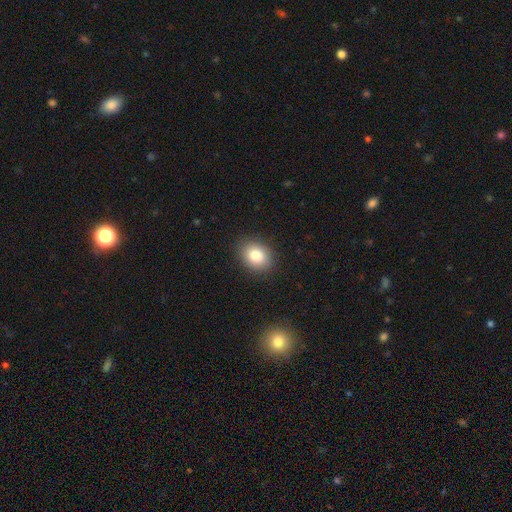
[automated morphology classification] Smooth or featured: smooth — 83% (star or artifact — 9%)
How rounded: in between — 56% (round — 43%)
Merging: none — 88% (minor disturbance — 9%)